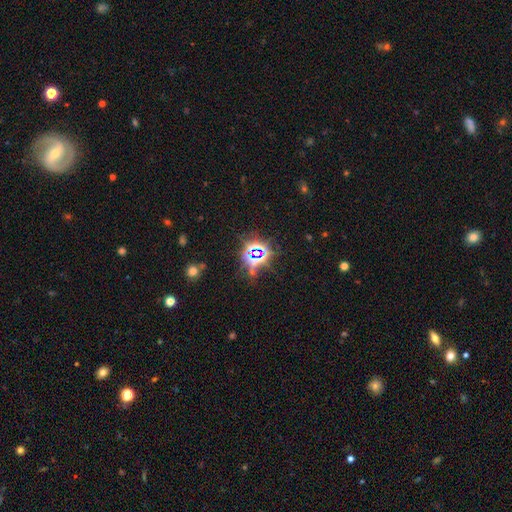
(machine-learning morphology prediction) smooth_or_featured: star or artifact (p=0.80) [alt: smooth p=0.12]